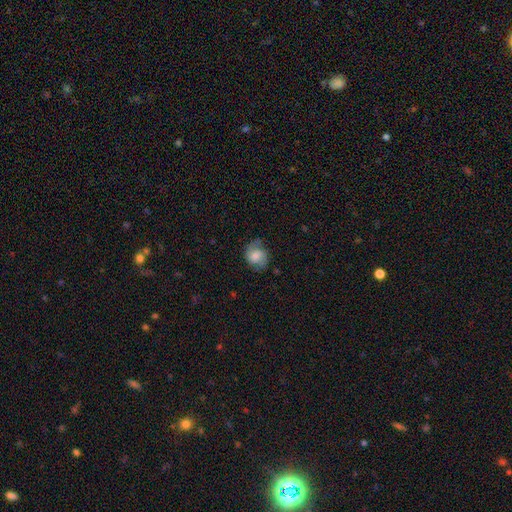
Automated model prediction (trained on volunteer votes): smooth_or_featured: smooth (p=0.52) [alt: featured or disk p=0.39]
how_rounded: round (p=0.60) [alt: in between p=0.38]
merging: none (p=0.60) [alt: minor disturbance p=0.26]